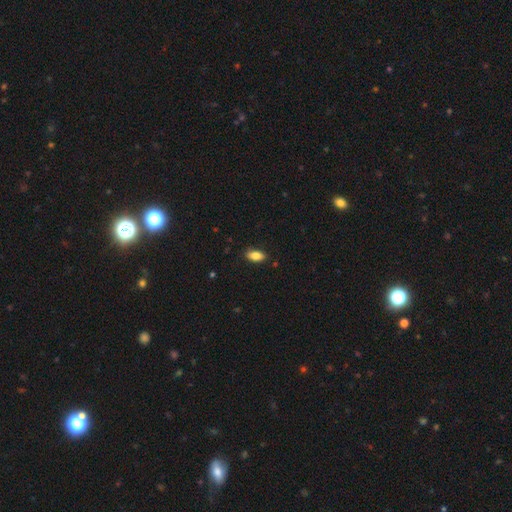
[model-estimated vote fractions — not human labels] smooth 83%, featured or disk 9%, star or artifact 8%. Down the decision tree: how rounded — in between (90%); merging — none (86%).